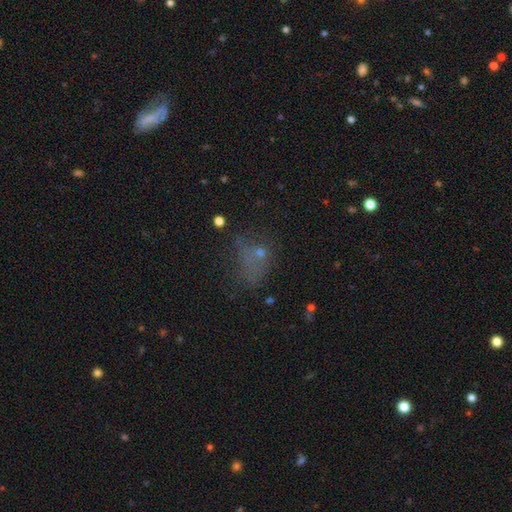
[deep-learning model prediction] Overall: smooth (46%; star or artifact 29%). Merging: major disturbance (40%; none 33%).